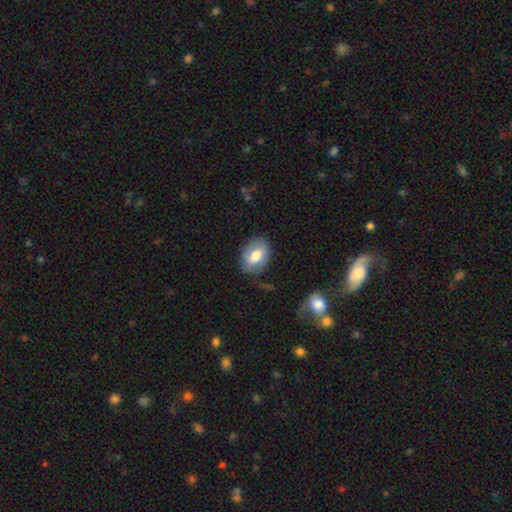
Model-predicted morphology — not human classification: Smooth or featured? smooth (68%)
How rounded? in between (74%)
Merging? none (78%)